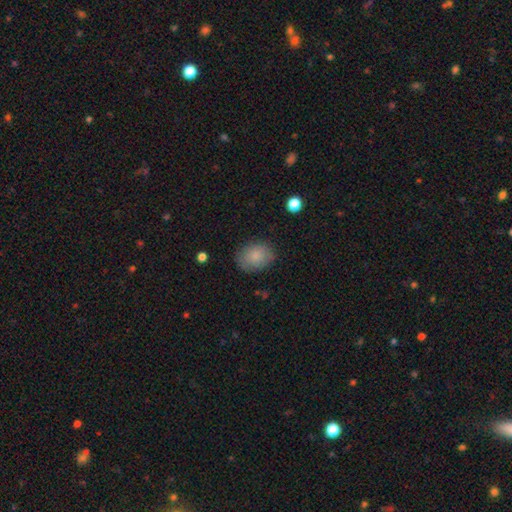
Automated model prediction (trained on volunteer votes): smooth-or-featured: smooth: 85% | star or artifact: 8% | featured or disk: 8%
  how-rounded: in between: 65% | round: 34% | cigar-shaped: 1%
  merging: none: 81% | minor disturbance: 14% | major disturbance: 4% | merger: 1%